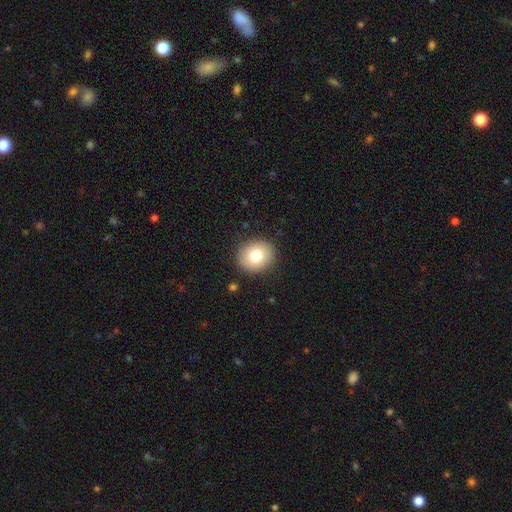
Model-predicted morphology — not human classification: Q: Smooth or featured?
A: smooth (79%); runner-up: featured or disk (12%)
Q: How rounded?
A: round (71%); runner-up: in between (28%)
Q: Merging?
A: none (89%); runner-up: minor disturbance (7%)